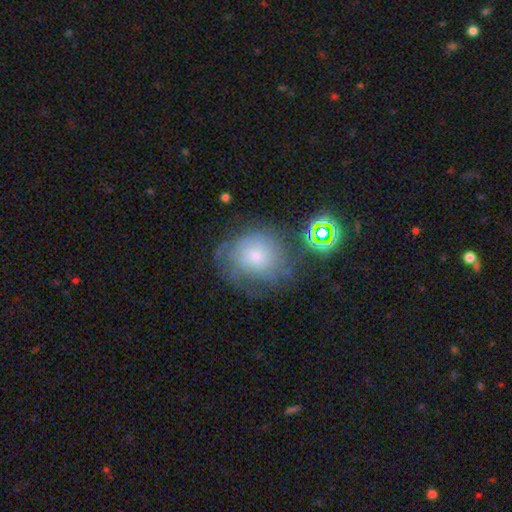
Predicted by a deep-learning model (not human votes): Smooth or featured: smooth — 46% (featured or disk — 39%)
Merging: none — 56% (minor disturbance — 22%)